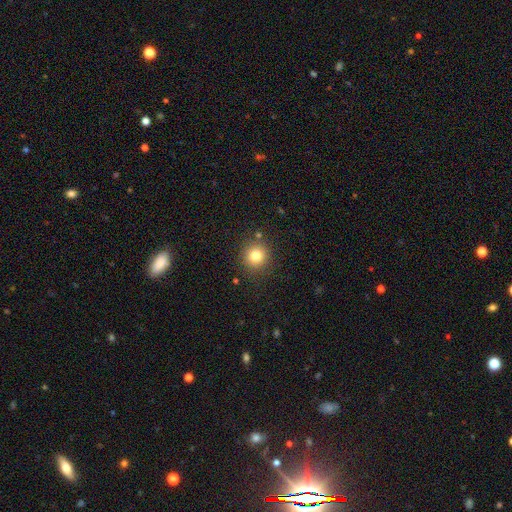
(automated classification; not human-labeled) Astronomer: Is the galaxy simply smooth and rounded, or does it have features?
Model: smooth — 80%.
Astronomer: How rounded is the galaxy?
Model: round — 93%.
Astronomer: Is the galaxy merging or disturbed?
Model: none — 87%.